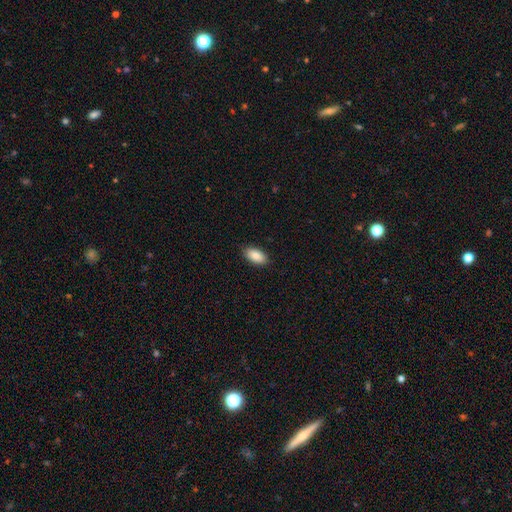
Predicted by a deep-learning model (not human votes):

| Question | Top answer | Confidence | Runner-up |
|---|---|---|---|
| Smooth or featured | smooth | 90% | star or artifact (6%) |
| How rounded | in between | 94% | cigar-shaped (4%) |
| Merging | none | 88% | minor disturbance (9%) |